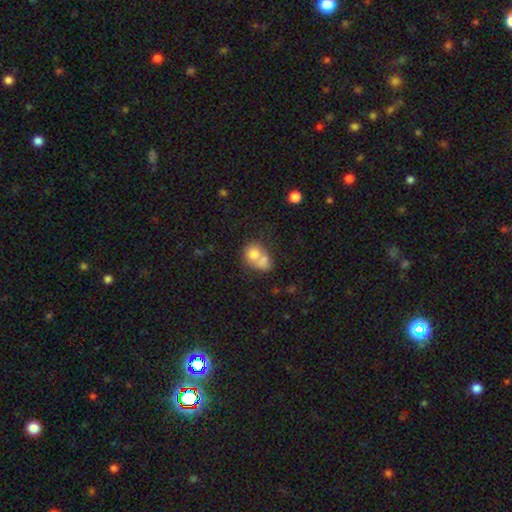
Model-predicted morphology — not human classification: Q: Smooth or featured?
A: smooth (71%); runner-up: featured or disk (20%)
Q: How rounded?
A: round (61%); runner-up: in between (38%)
Q: Merging?
A: merger (63%); runner-up: none (24%)